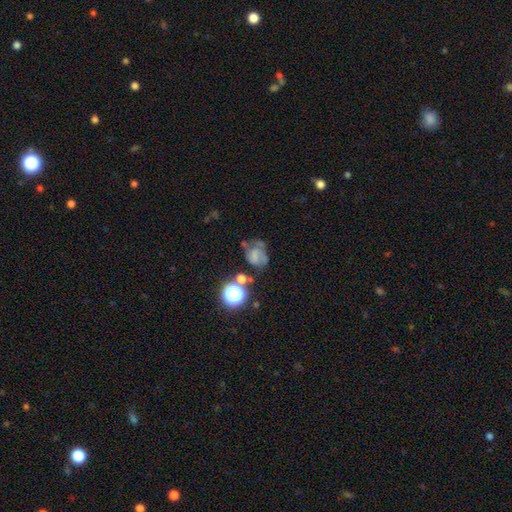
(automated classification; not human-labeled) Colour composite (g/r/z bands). It shows a smooth galaxy with no disk features (41%, tied with featured or disk). Merging: none (39%).